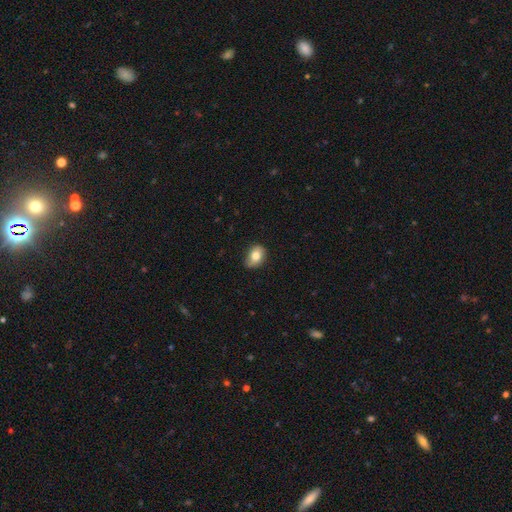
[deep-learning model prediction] Q: Smooth or featured?
A: smooth (79%); runner-up: featured or disk (13%)
Q: How rounded?
A: in between (75%); runner-up: round (23%)
Q: Merging?
A: none (76%); runner-up: minor disturbance (20%)